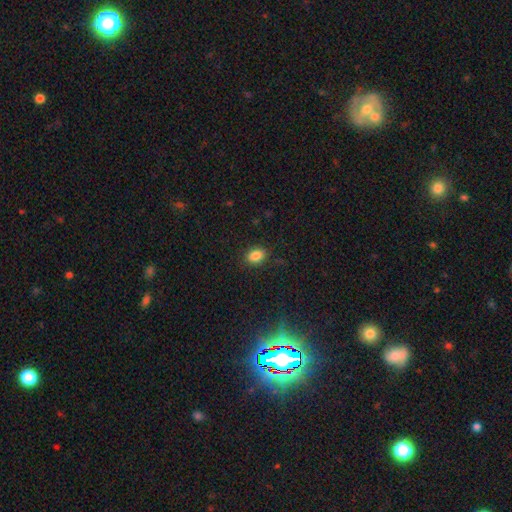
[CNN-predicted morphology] smooth_or_featured: smooth (p=0.85) [alt: star or artifact p=0.10]
how_rounded: in between (p=0.78) [alt: round p=0.21]
merging: none (p=0.85) [alt: minor disturbance p=0.11]